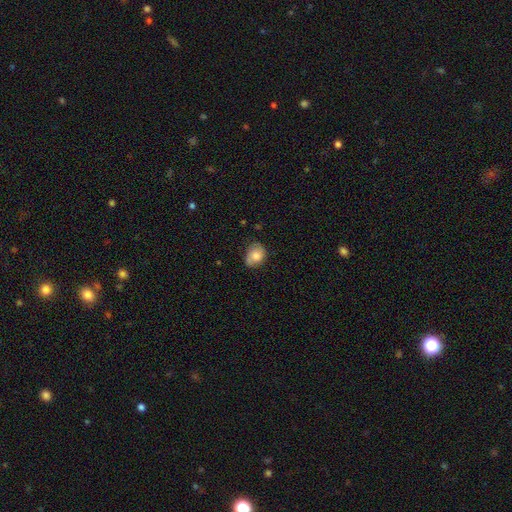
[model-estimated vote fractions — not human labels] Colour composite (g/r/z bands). It shows a smooth galaxy with no disk features (75%) that is in between round and cigar-shaped (55%). Merging: none (58%).